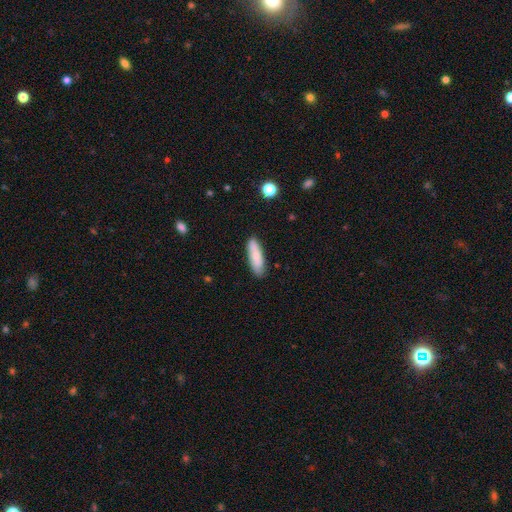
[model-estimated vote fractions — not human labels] Smooth or featured?
  - smooth: 77% *
  - featured or disk: 17%
  - star or artifact: 6%
How rounded?
  - cigar-shaped: 55% *
  - in between: 43%
  - round: 2%
Merging?
  - none: 83% *
  - minor disturbance: 12%
  - major disturbance: 2%
  - merger: 2%